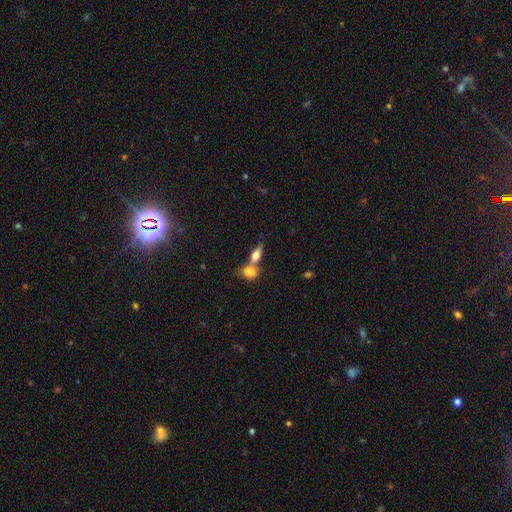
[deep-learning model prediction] smooth 68%, featured or disk 23%, star or artifact 8%. Down the decision tree: how rounded — in between (71%); merging — merger (58%).